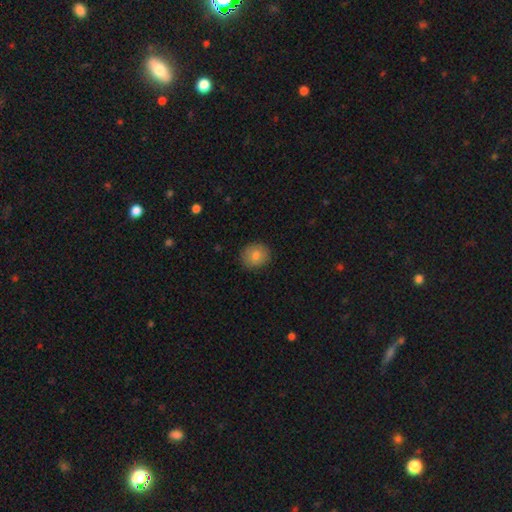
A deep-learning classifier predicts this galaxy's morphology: This appears to be a smooth galaxy with no disk features (80%) that is round (77%). Merging: none (88%).